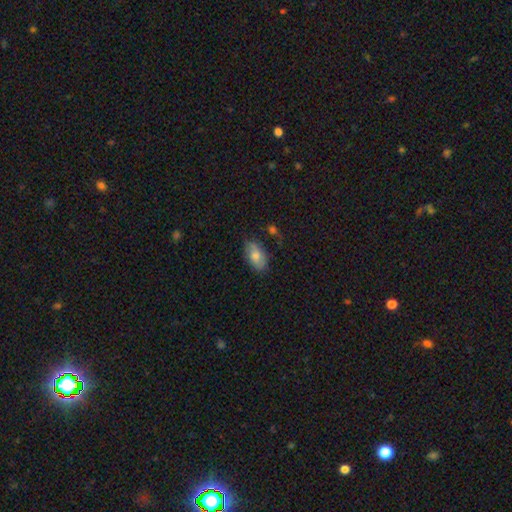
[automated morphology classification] Overall: smooth (70%). How rounded: in between (92%). Merging: none (76%).